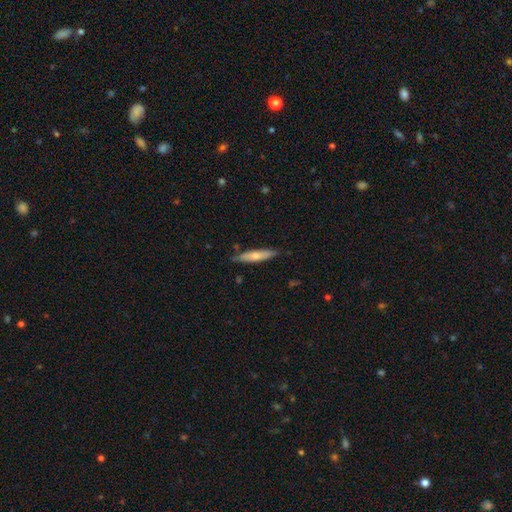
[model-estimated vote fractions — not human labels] Smooth or featured: smooth — 62% (featured or disk — 33%)
How rounded: cigar-shaped — 81% (in between — 18%)
Merging: none — 80% (minor disturbance — 16%)